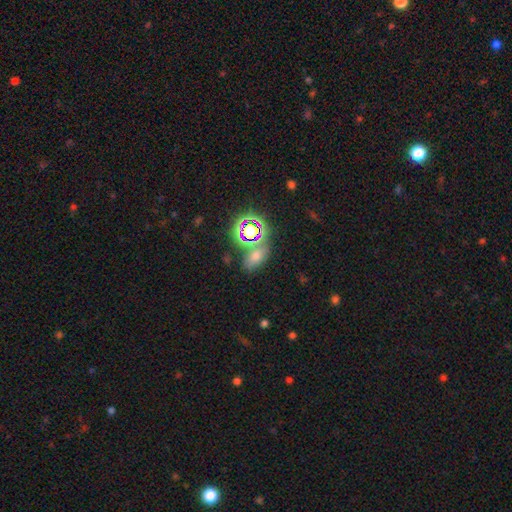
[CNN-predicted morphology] Smooth or featured? smooth (51%)
How rounded? in between (78%)
Merging? none (66%)